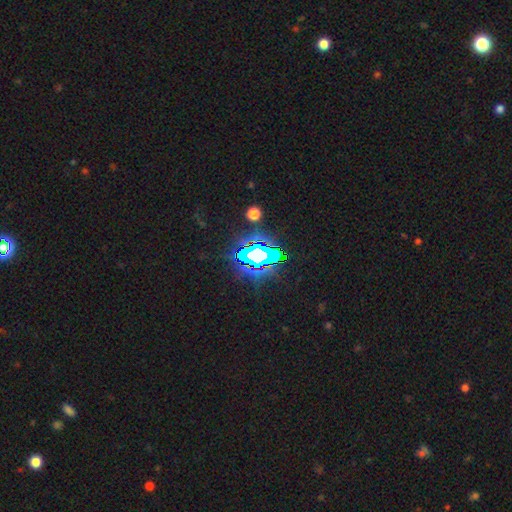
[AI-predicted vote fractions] Q: Smooth or featured?
A: star or artifact (68%); runner-up: smooth (17%)